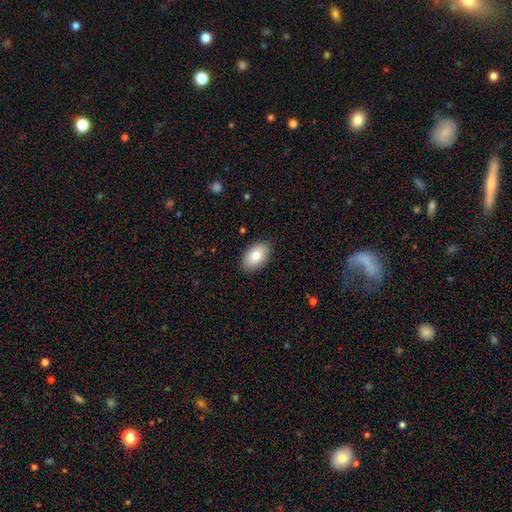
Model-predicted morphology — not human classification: Smooth or featured?
  - smooth: 83% *
  - featured or disk: 10%
  - star or artifact: 7%
How rounded?
  - in between: 93% *
  - round: 6%
  - cigar-shaped: 1%
Merging?
  - none: 87% *
  - minor disturbance: 10%
  - major disturbance: 2%
  - merger: 1%